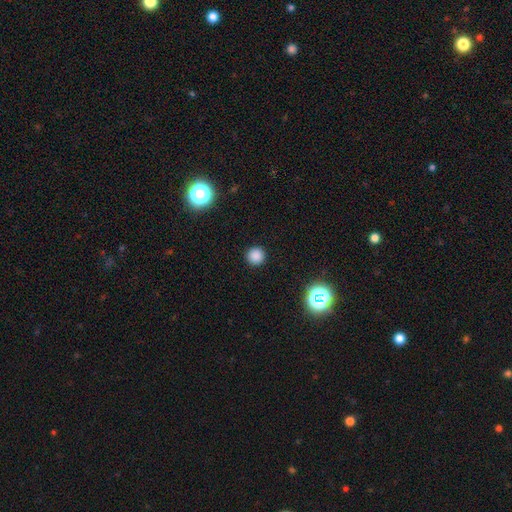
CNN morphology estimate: smooth-or-featured: smooth: 83% | star or artifact: 14% | featured or disk: 3%
  how-rounded: round: 95% | in between: 4% | cigar-shaped: 1%
  merging: none: 92% | minor disturbance: 5% | major disturbance: 2% | merger: 1%